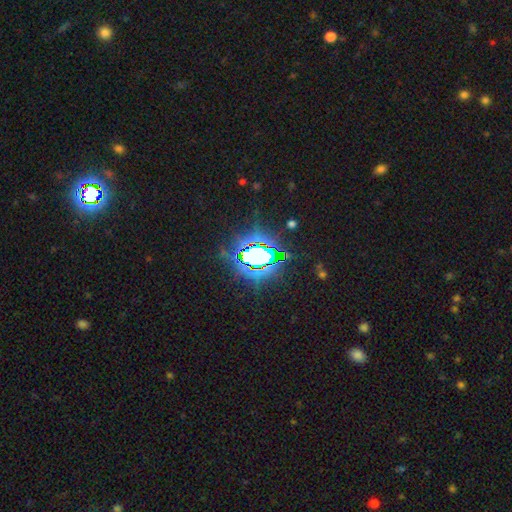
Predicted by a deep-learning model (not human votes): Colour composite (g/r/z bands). It shows a star or artifact, not a galaxy (76%).